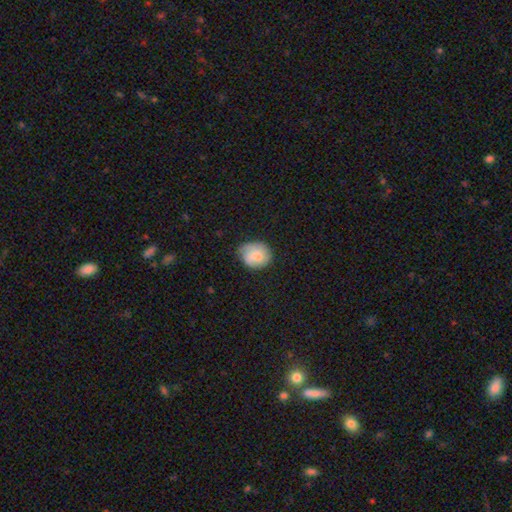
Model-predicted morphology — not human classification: smooth-or-featured: smooth: 59% | featured or disk: 34% | star or artifact: 7%
  how-rounded: round: 62% | in between: 37% | cigar-shaped: 1%
  merging: none: 61% | minor disturbance: 28% | major disturbance: 9% | merger: 2%